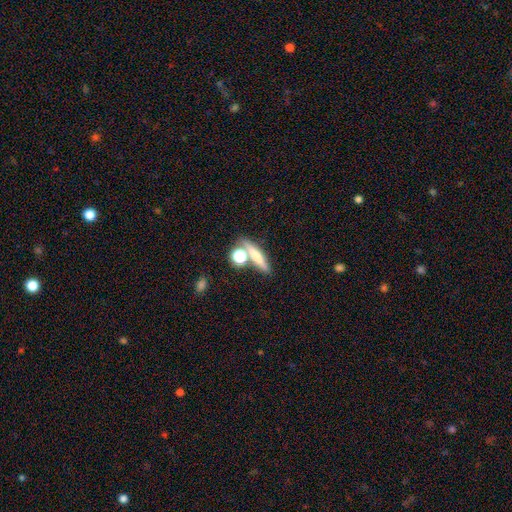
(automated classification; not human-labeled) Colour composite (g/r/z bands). It shows a smooth galaxy with no disk features (64%) that is cigar-shaped (51%). Merging: none (60%).